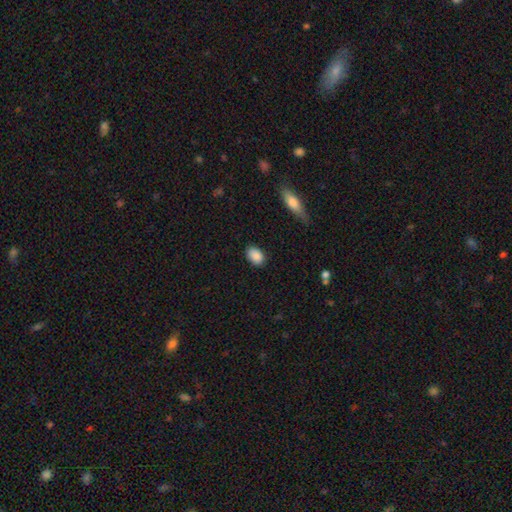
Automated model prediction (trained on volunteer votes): Smooth or featured: smooth — 89% (star or artifact — 7%)
How rounded: in between — 82% (round — 16%)
Merging: none — 85% (minor disturbance — 11%)